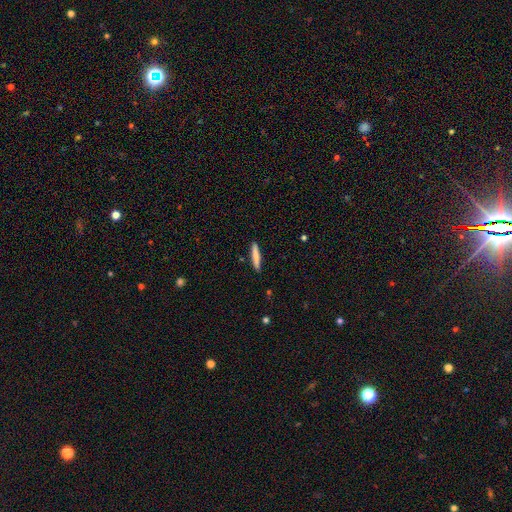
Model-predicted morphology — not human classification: smooth 80%, featured or disk 14%, star or artifact 6%. Down the decision tree: how rounded — cigar-shaped (93%); merging — none (90%).